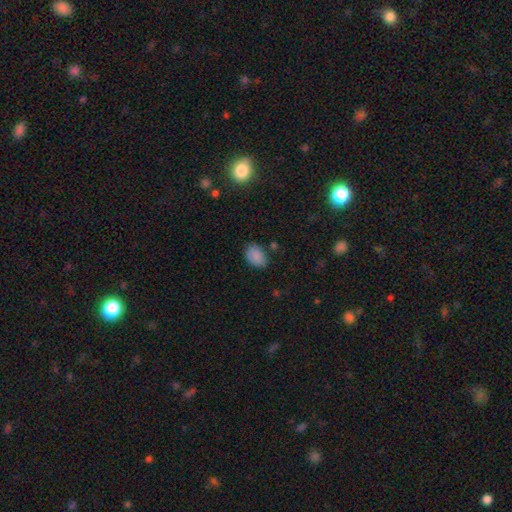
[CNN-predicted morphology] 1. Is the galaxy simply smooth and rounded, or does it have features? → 86% smooth, 10% star or artifact, 5% featured or disk.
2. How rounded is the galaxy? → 84% in between, 15% round, 1% cigar-shaped.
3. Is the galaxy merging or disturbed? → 74% none, 19% minor disturbance, 4% major disturbance, 3% merger.